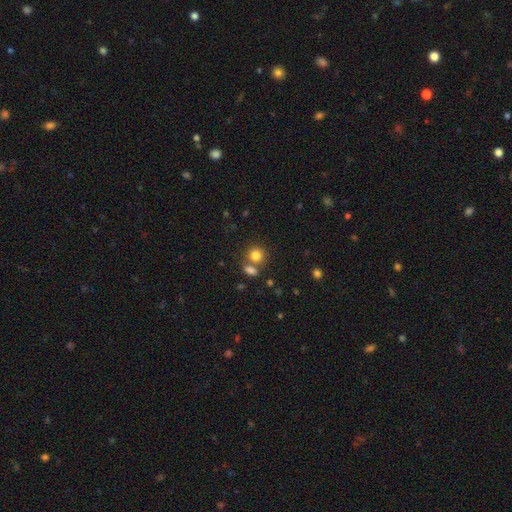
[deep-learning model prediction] smooth 82%, star or artifact 11%, featured or disk 7%. Down the decision tree: how rounded — round (81%); merging — none (60%).